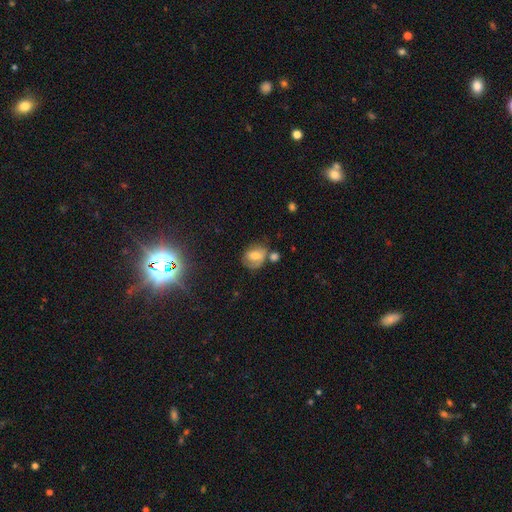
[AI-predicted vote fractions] A smooth galaxy with no disk features (61%) that is in between round and cigar-shaped (60%).

Vote fractions:
- Smooth or featured? smooth: 61% / featured or disk: 27% / star or artifact: 11%
- How rounded? in between: 60% / round: 39% / cigar-shaped: 2%
- Merging? none: 44% / minor disturbance: 25% / merger: 18% / major disturbance: 14%